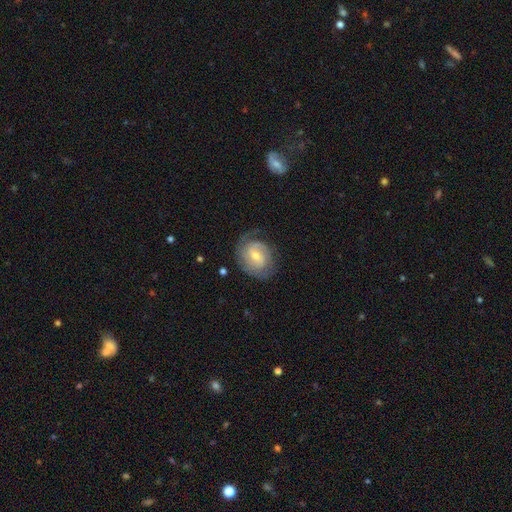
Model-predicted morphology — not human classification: Smooth or featured? featured or disk (73%)
Edge-on disk? no (97%)
Bar? weak (47%)
Spiral arms? yes (90%)
Spiral winding? tight (57%)
Spiral arm count? 2 (45%)
Bulge size? small (53%)
Merging? none (68%)